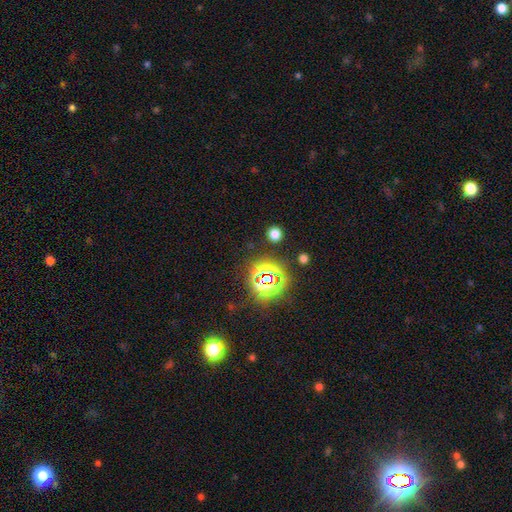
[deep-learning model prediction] Smooth or featured? star or artifact (80%)